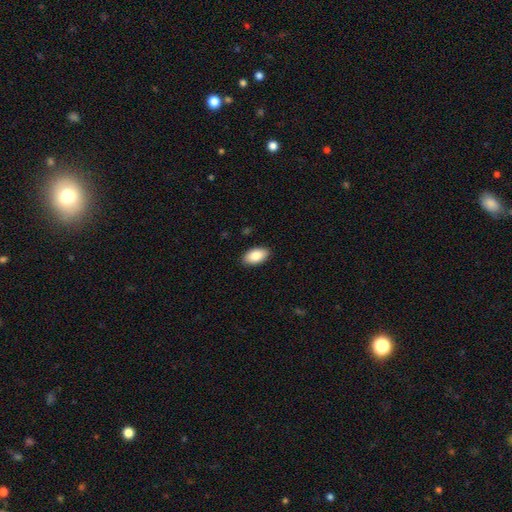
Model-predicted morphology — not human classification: This is clearly a smooth galaxy (87%). How rounded: clearly in between (95%). Merging: clearly none (89%).